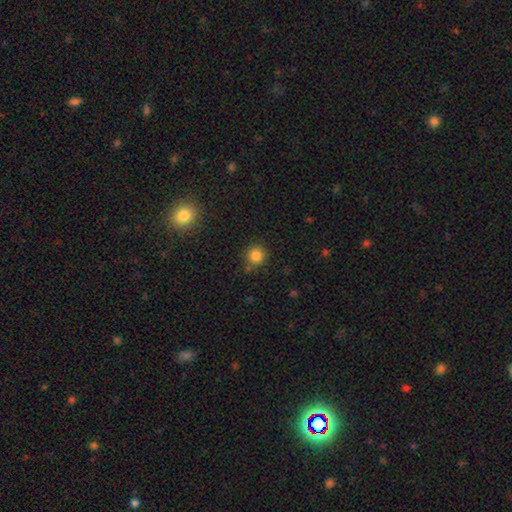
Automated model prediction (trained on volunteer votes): Q: Smooth or featured?
A: smooth (84%); runner-up: star or artifact (12%)
Q: How rounded?
A: round (93%); runner-up: in between (6%)
Q: Merging?
A: none (81%); runner-up: minor disturbance (10%)